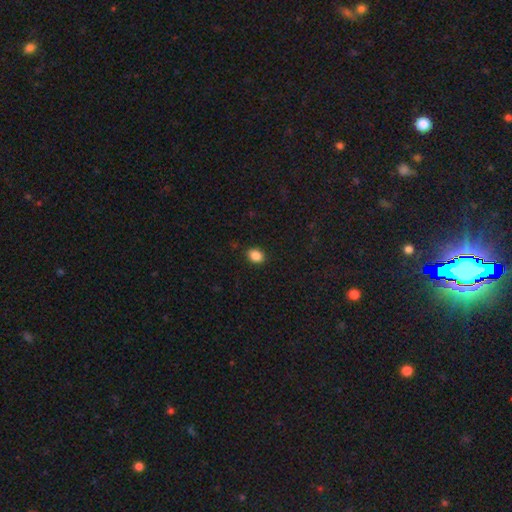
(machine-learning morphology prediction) Smooth or featured? smooth (87%)
How rounded? in between (70%)
Merging? none (89%)